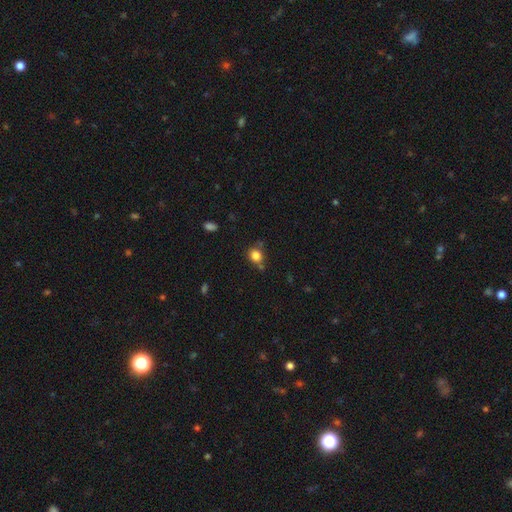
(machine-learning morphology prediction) This appears to be a smooth galaxy with no disk features (82%) that is round (77%). Merging: none (69%).